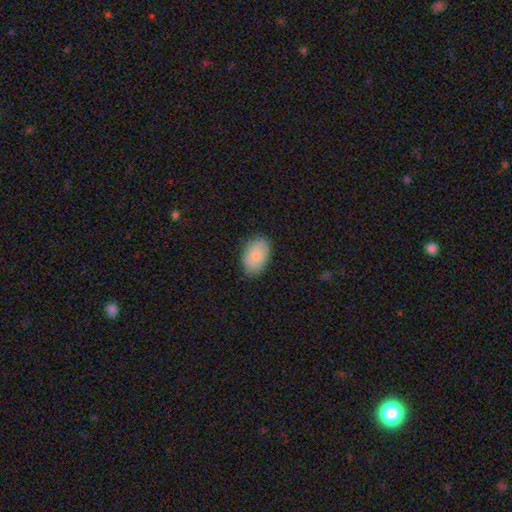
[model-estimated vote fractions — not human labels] smooth-or-featured: smooth: 83% | featured or disk: 11% | star or artifact: 6%
  how-rounded: in between: 89% | round: 10% | cigar-shaped: 1%
  merging: none: 81% | minor disturbance: 15% | major disturbance: 3% | merger: 1%